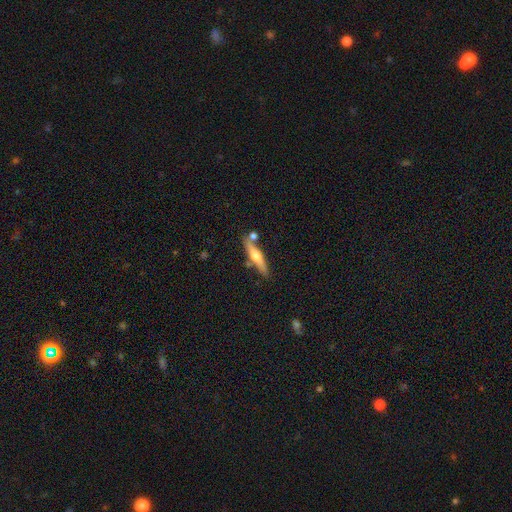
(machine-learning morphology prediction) featured or disk 55%, smooth 39%, star or artifact 6%. Down the decision tree: edge-on disk — yes (94%); edge-on bulge — rounded (90%); merging — none (74%).